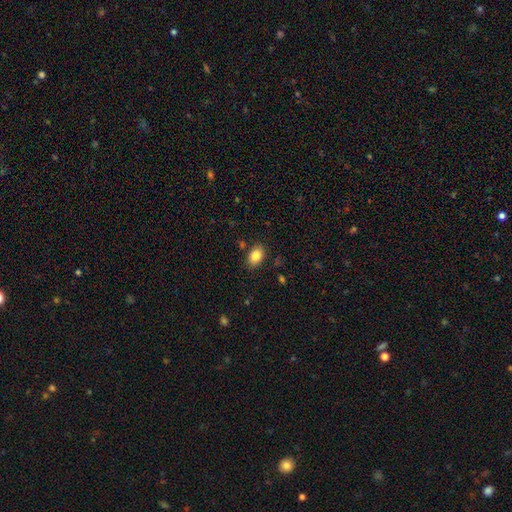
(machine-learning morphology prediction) A smooth galaxy with no disk features (84%) that is in between round and cigar-shaped (81%).

Vote fractions:
- Smooth or featured? smooth: 84% / star or artifact: 9% / featured or disk: 8%
- How rounded? in between: 81% / round: 18% / cigar-shaped: 1%
- Merging? none: 84% / minor disturbance: 11% / major disturbance: 3% / merger: 2%